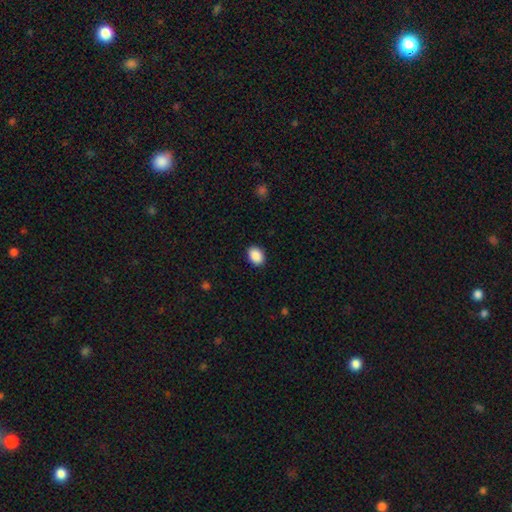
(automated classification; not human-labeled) The model was most divided on "how rounded": in between: 71%, round: 28%, cigar-shaped: 1%. More confident: smooth or featured — smooth (90%); merging — none (90%).